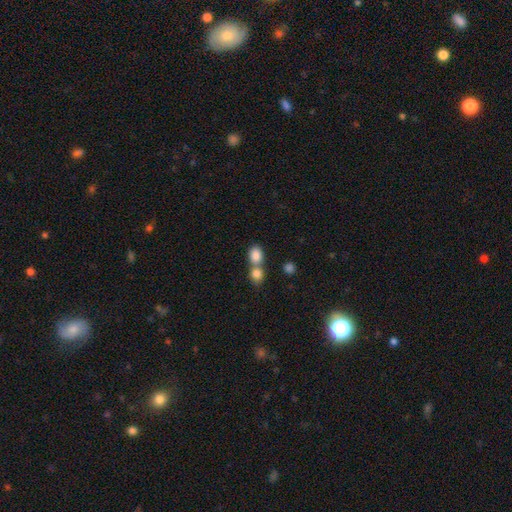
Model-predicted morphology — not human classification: smooth 84%, star or artifact 9%, featured or disk 7%. Down the decision tree: how rounded — in between (55%); merging — merger (55%).